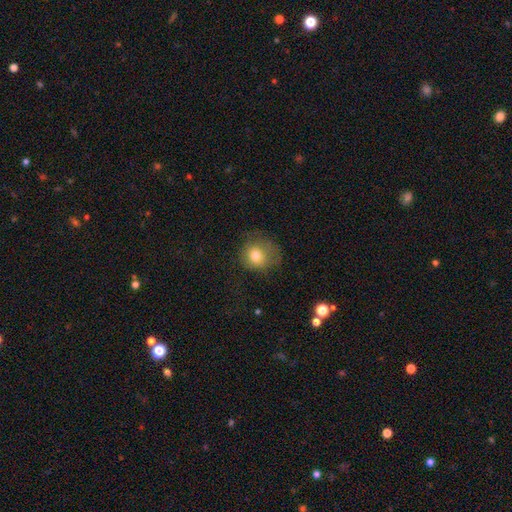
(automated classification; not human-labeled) A smooth galaxy with no disk features (75%) that is round (81%).

Vote fractions:
- Smooth or featured? smooth: 75% / featured or disk: 14% / star or artifact: 11%
- How rounded? round: 81% / in between: 18% / cigar-shaped: 1%
- Merging? none: 55% / minor disturbance: 25% / major disturbance: 19% / merger: 2%